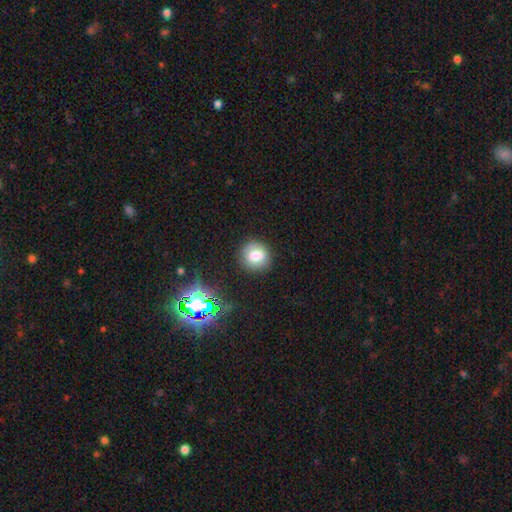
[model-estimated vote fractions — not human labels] Smooth or featured? smooth (72%)
How rounded? round (86%)
Merging? none (84%)